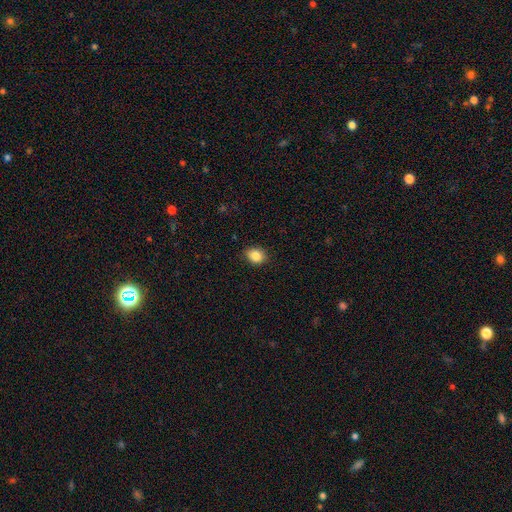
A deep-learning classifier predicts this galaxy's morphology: This is clearly a smooth galaxy (85%). How rounded: possibly round (53%). Merging: clearly none (86%).